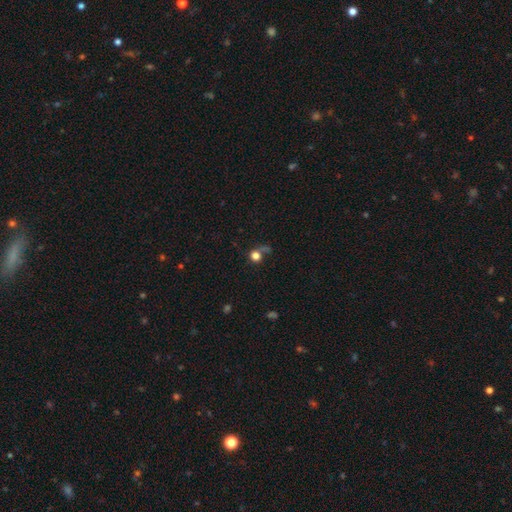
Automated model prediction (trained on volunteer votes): Morphology: type=smooth (74%); roundness=round (88%); merging=none (51%).